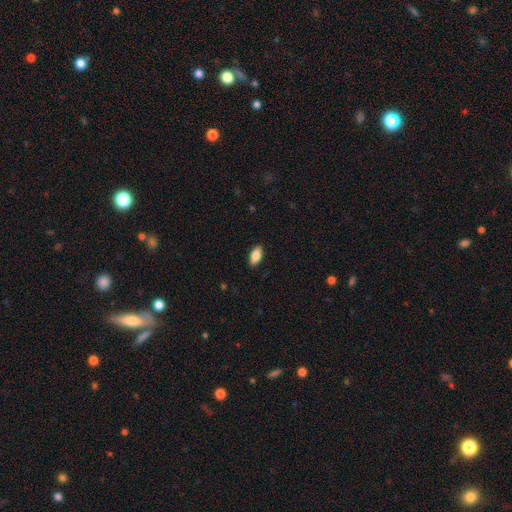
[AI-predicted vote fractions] Q: Smooth or featured?
A: smooth (83%); runner-up: featured or disk (10%)
Q: How rounded?
A: in between (88%); runner-up: cigar-shaped (9%)
Q: Merging?
A: none (89%); runner-up: minor disturbance (8%)